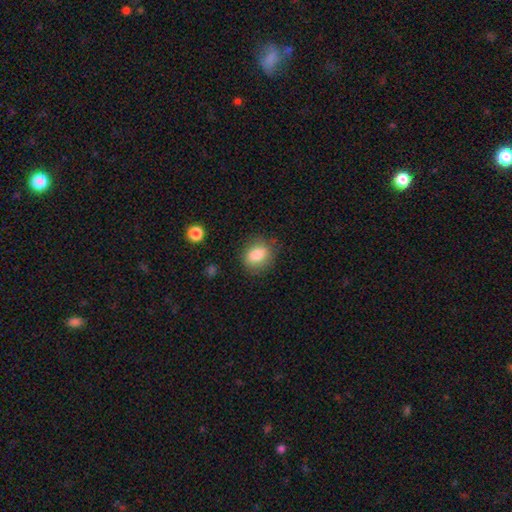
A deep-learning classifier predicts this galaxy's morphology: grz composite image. It shows a smooth galaxy with no disk features (83%) that is in between round and cigar-shaped (51%). Merging: none (79%).